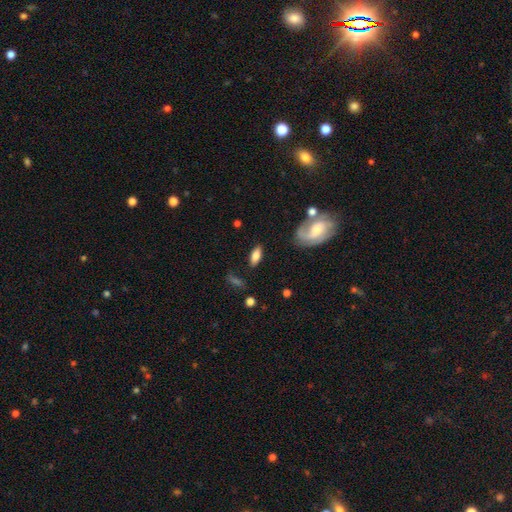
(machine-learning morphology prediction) Smooth or featured?
  - smooth: 73% *
  - featured or disk: 20%
  - star or artifact: 7%
How rounded?
  - in between: 81% *
  - cigar-shaped: 16%
  - round: 3%
Merging?
  - none: 82% *
  - minor disturbance: 12%
  - major disturbance: 4%
  - merger: 3%